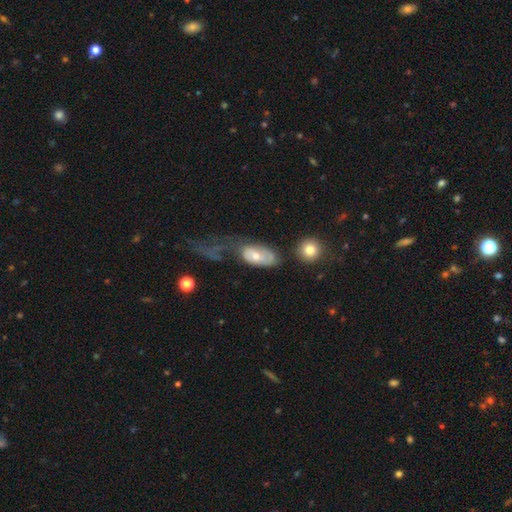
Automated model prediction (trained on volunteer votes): Smooth or featured? Predicted: smooth (p=0.56). How rounded? Predicted: in between (p=0.91). Merging? Predicted: major disturbance (p=0.37).